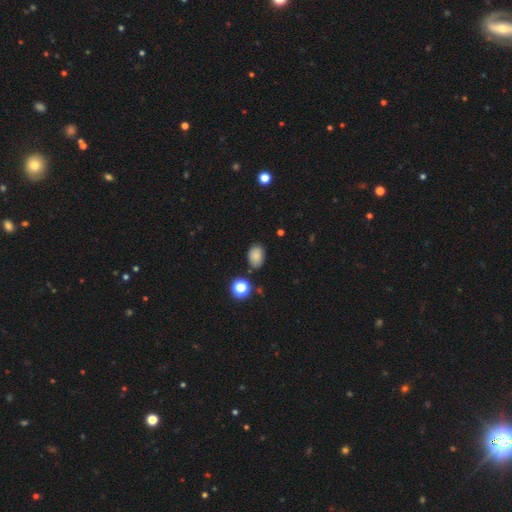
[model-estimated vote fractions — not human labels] Q: Smooth or featured?
A: smooth (83%); runner-up: star or artifact (12%)
Q: How rounded?
A: in between (80%); runner-up: round (19%)
Q: Merging?
A: none (79%); runner-up: minor disturbance (15%)